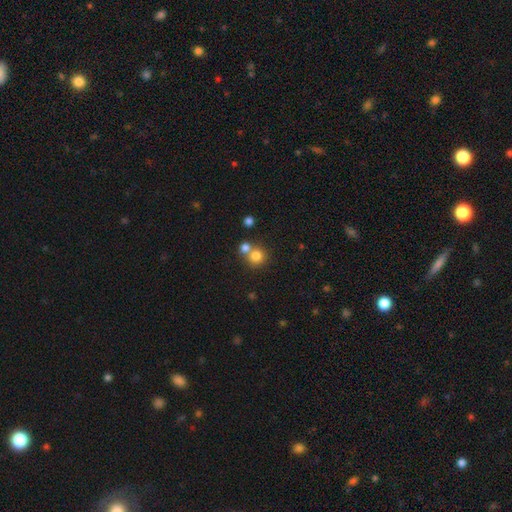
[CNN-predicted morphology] This is likely a smooth galaxy (79%). How rounded: clearly round (90%). Merging: possibly none (54%).